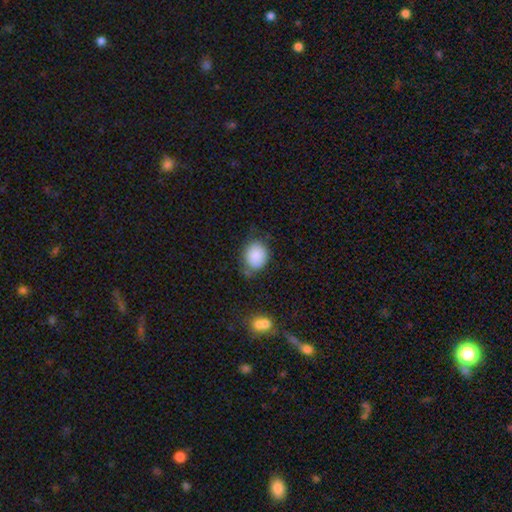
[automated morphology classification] Smooth or featured? Predicted: smooth (p=0.87). How rounded? Predicted: round (p=0.51). Merging? Predicted: none (p=0.66).